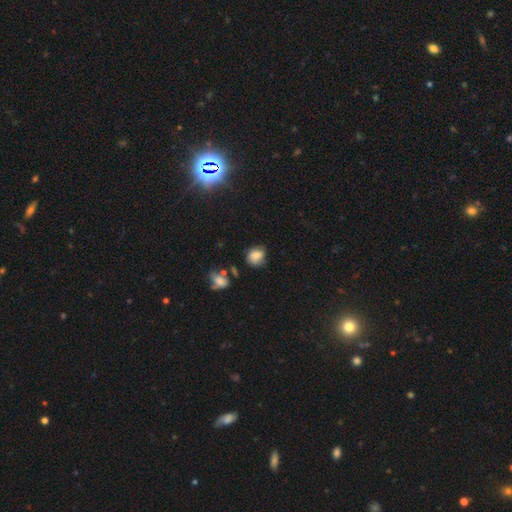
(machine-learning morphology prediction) Overall: smooth (78%). How rounded: round (59%; in between 40%). Merging: none (55%; minor disturbance 31%).